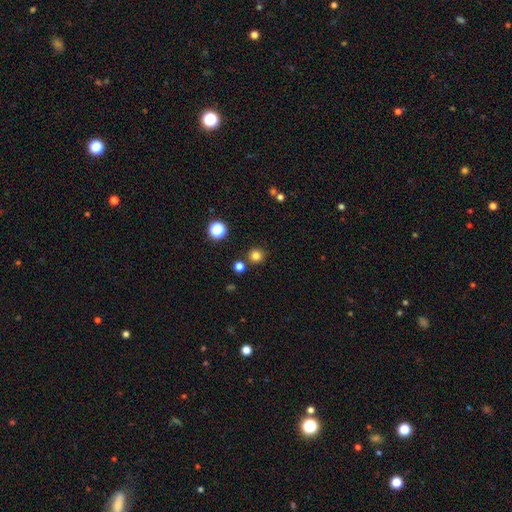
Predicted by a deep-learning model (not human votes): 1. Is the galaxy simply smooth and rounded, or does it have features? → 79% smooth, 16% star or artifact, 5% featured or disk.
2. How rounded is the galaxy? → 92% round, 7% in between, 1% cigar-shaped.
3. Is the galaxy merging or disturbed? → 86% none, 7% minor disturbance, 5% merger, 2% major disturbance.